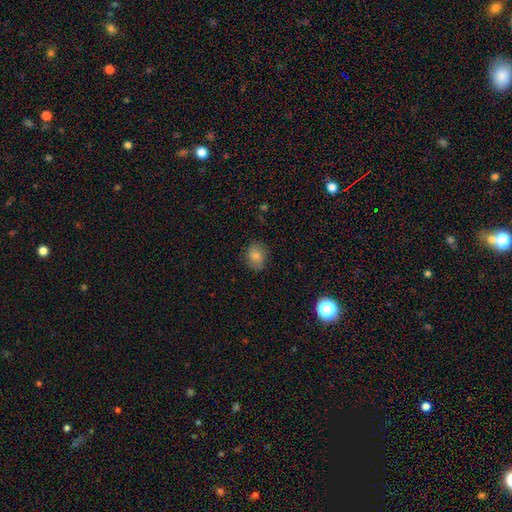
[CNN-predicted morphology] Q: Smooth or featured?
A: smooth (79%); runner-up: featured or disk (11%)
Q: How rounded?
A: in between (51%); runner-up: round (48%)
Q: Merging?
A: none (80%); runner-up: minor disturbance (16%)